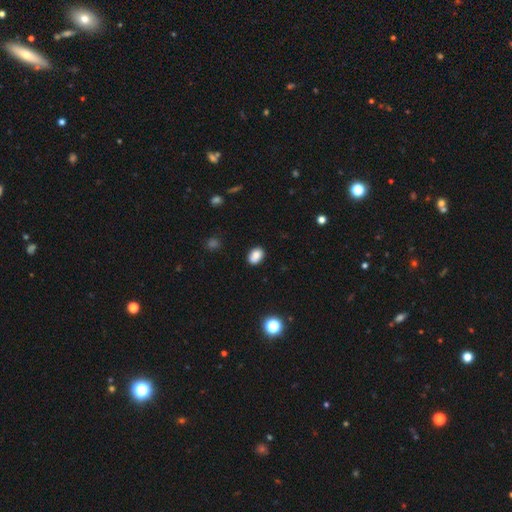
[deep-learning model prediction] This is clearly a smooth galaxy (83%). How rounded: likely in between (75%). Merging: likely none (78%).